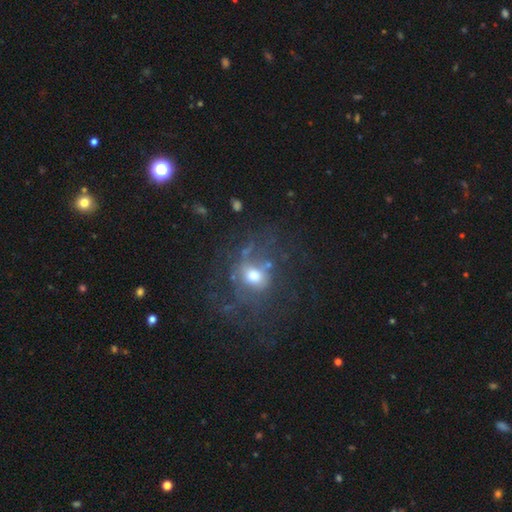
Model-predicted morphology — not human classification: Smooth or featured?
  - featured or disk: 47% *
  - smooth: 30%
  - star or artifact: 23%
Merging?
  - none: 56% *
  - major disturbance: 22%
  - minor disturbance: 18%
  - merger: 5%